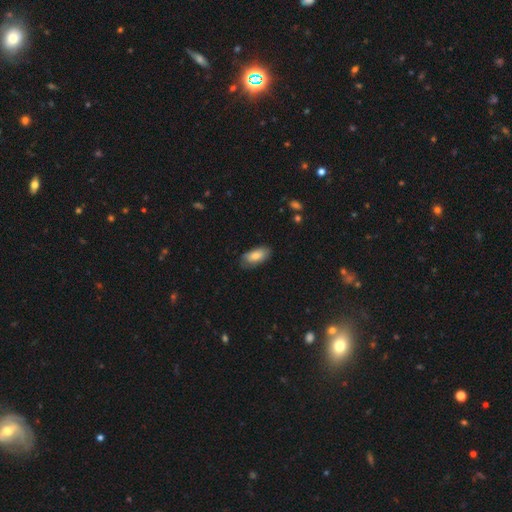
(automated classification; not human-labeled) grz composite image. It shows a smooth galaxy with no disk features (79%) that is in between round and cigar-shaped (90%). Merging: none (77%).